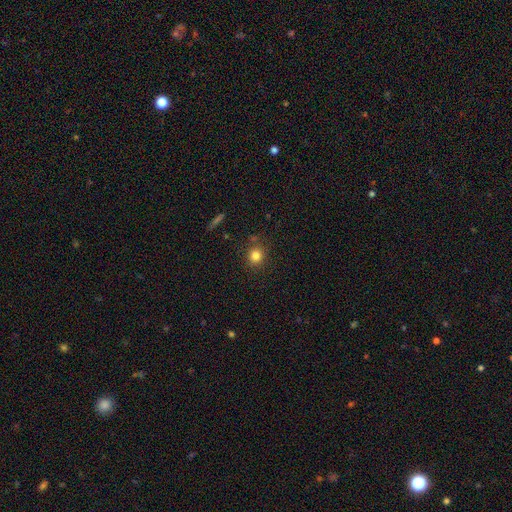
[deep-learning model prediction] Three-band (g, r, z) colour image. It shows a smooth galaxy with no disk features (81%) that is round (86%). Merging: none (83%).